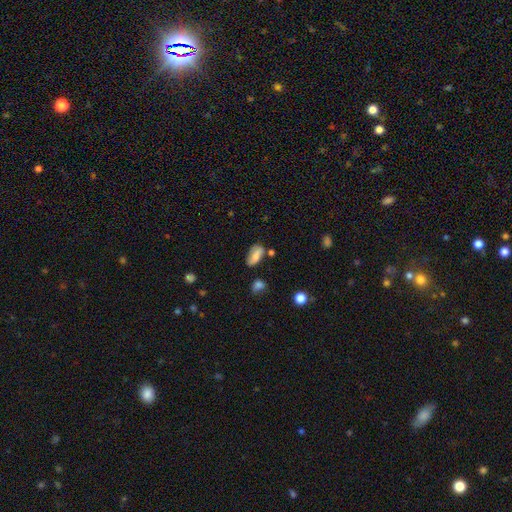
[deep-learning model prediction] Morphology: type=smooth (71%); roundness=in between (89%); merging=none (62%).